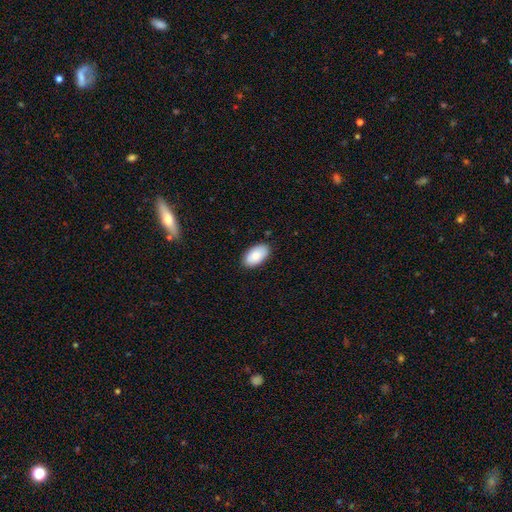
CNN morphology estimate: smooth_or_featured: smooth (p=0.86) [alt: featured or disk p=0.08]
how_rounded: in between (p=0.96) [alt: round p=0.03]
merging: none (p=0.87) [alt: minor disturbance p=0.10]